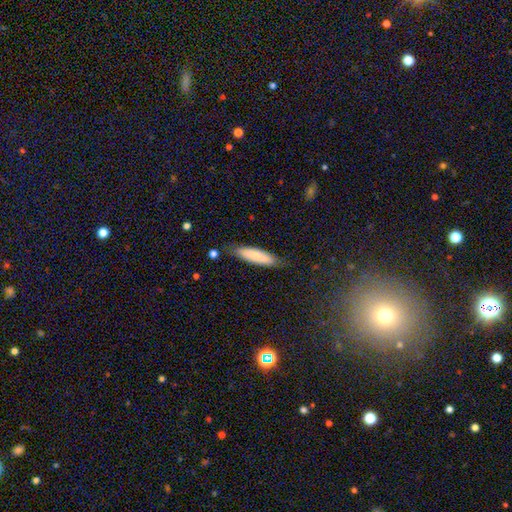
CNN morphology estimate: type=smooth (78%); roundness=cigar-shaped (69%); merging=none (80%).